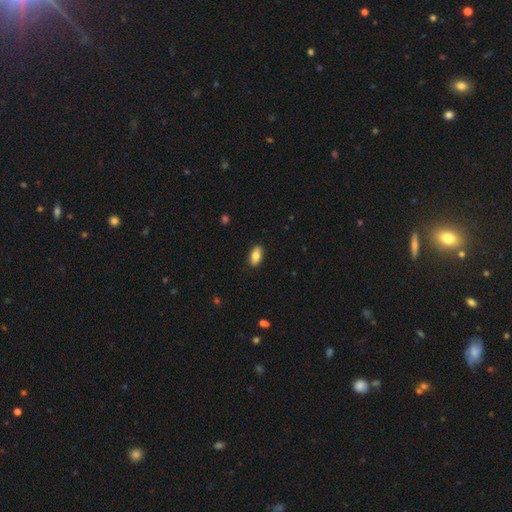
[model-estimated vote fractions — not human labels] This appears to be a smooth galaxy with no disk features (81%) that is in between round and cigar-shaped (91%). Merging: none (89%).